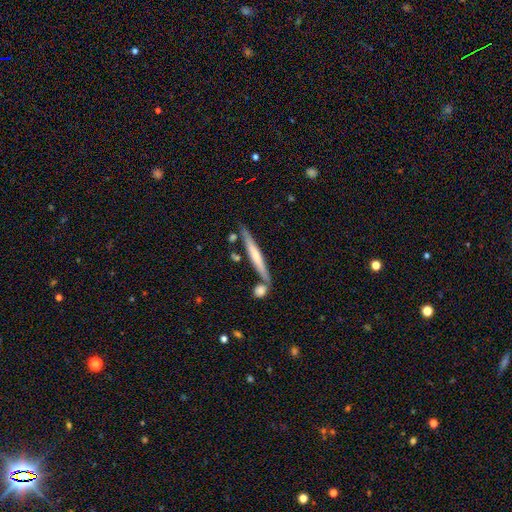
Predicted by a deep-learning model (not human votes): Smooth or featured: smooth — 48% (featured or disk — 47%)
Merging: none — 74% (minor disturbance — 13%)